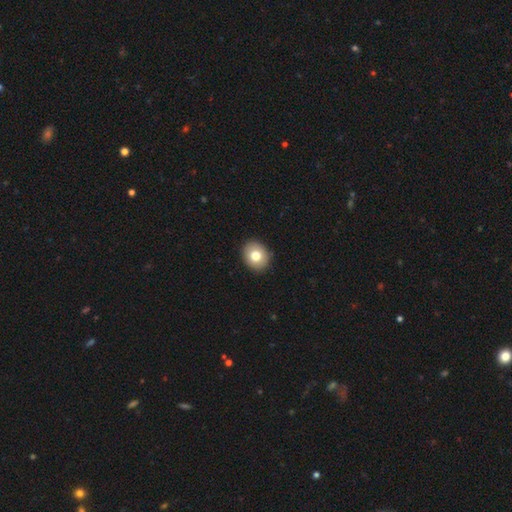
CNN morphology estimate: Smooth or featured?
  - smooth: 77% *
  - featured or disk: 14%
  - star or artifact: 9%
How rounded?
  - round: 67% *
  - in between: 33%
  - cigar-shaped: 1%
Merging?
  - none: 90% *
  - minor disturbance: 7%
  - major disturbance: 2%
  - merger: 1%